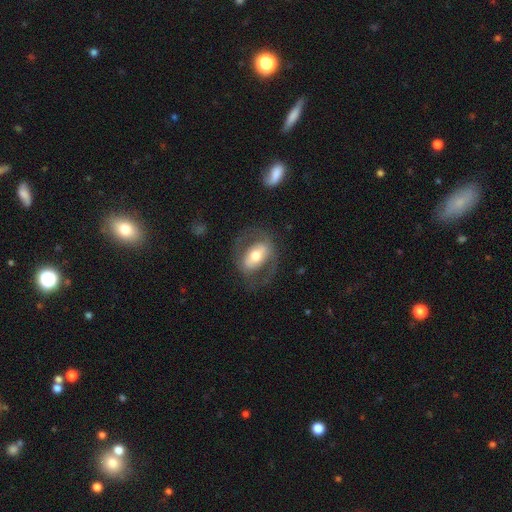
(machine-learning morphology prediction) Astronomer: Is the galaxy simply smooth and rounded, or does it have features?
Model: featured or disk — 61%.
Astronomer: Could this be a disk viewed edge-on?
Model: no — 90%.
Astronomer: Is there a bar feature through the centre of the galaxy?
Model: strong — 47% (runner-up: weak, 27%).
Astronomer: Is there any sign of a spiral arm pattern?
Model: no — 59% (runner-up: yes, 41%).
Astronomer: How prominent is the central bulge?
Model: moderate — 64%.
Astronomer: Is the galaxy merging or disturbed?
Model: none — 69%.